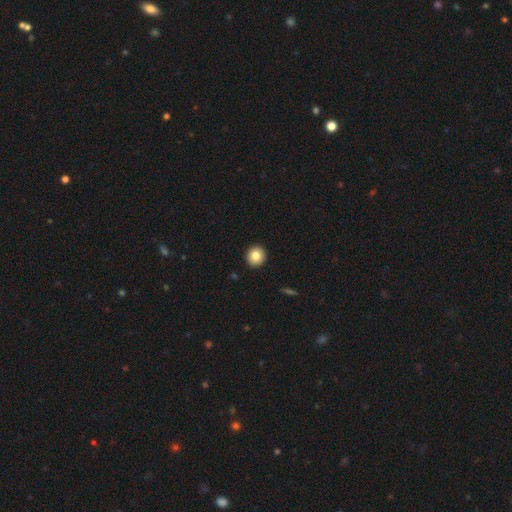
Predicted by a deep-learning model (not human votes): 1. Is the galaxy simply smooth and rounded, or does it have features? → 84% smooth, 9% star or artifact, 7% featured or disk.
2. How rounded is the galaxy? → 92% round, 7% in between, 1% cigar-shaped.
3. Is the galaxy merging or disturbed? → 93% none, 5% minor disturbance, 1% major disturbance, 1% merger.